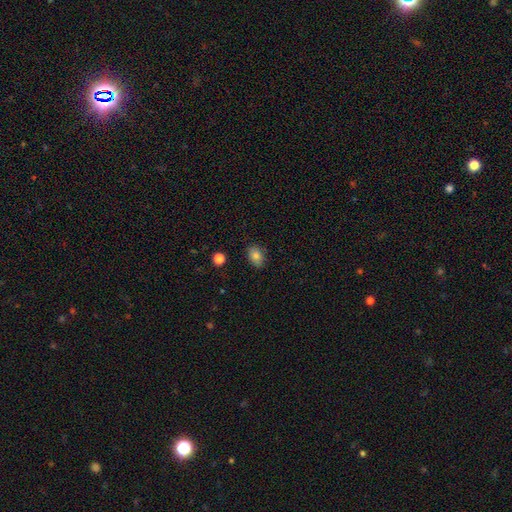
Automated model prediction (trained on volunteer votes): Smooth or featured? smooth (82%)
How rounded? in between (81%)
Merging? none (85%)